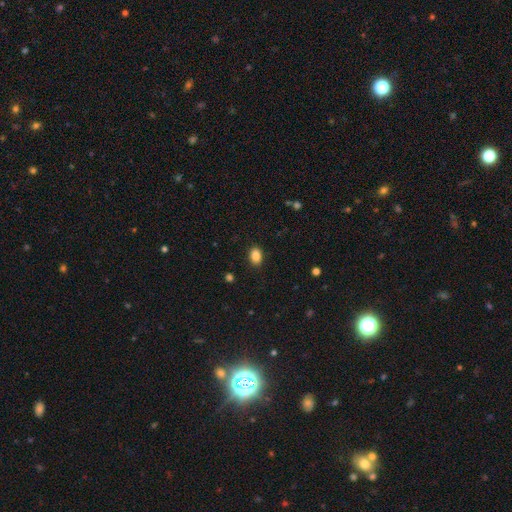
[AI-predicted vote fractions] smooth 88%, star or artifact 9%, featured or disk 3%. Down the decision tree: how rounded — in between (82%); merging — none (88%).